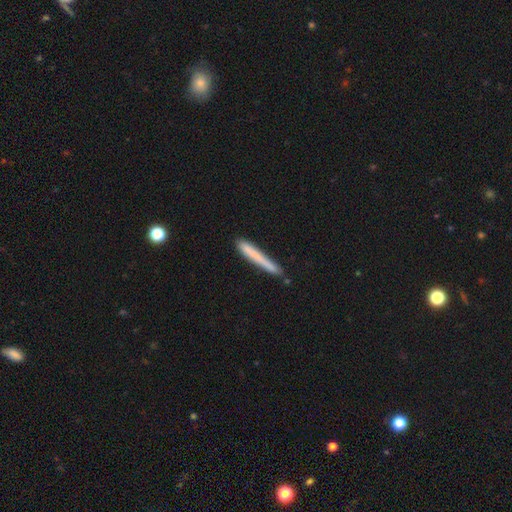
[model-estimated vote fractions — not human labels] Morphology: type=smooth (71%); roundness=cigar-shaped (97%); merging=none (79%).